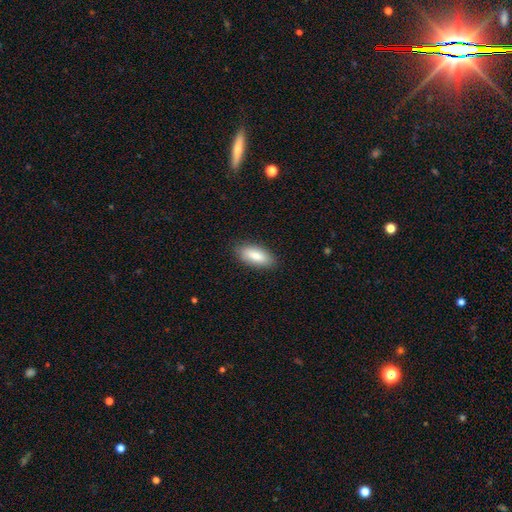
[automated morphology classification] type=smooth (84%); roundness=in between (86%); merging=none (87%).